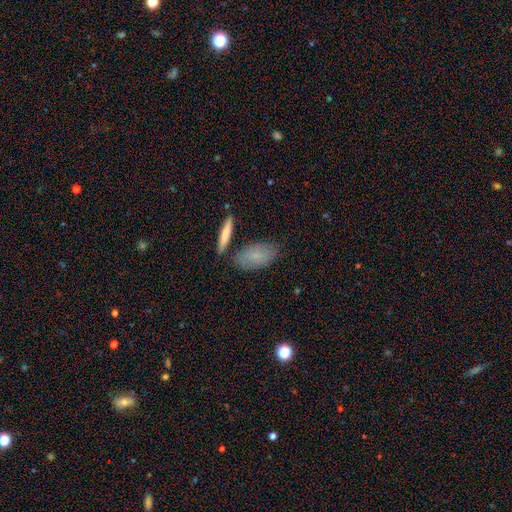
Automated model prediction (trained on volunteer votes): smooth-or-featured: smooth: 75% | featured or disk: 18% | star or artifact: 7%
  how-rounded: in between: 87% | cigar-shaped: 9% | round: 4%
  merging: none: 72% | minor disturbance: 15% | merger: 10% | major disturbance: 4%